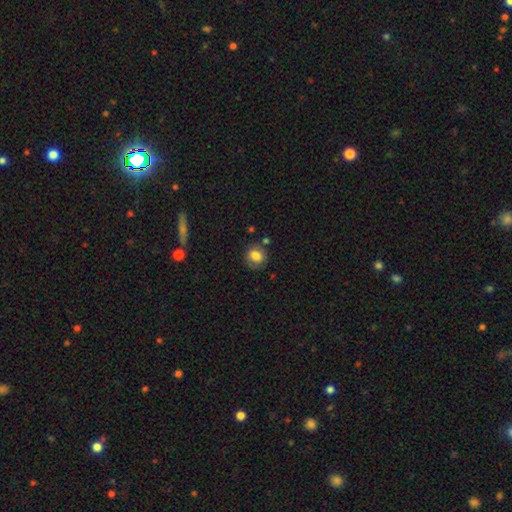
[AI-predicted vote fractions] Smooth or featured: smooth — 80% (featured or disk — 11%)
How rounded: round — 76% (in between — 23%)
Merging: none — 76% (minor disturbance — 15%)